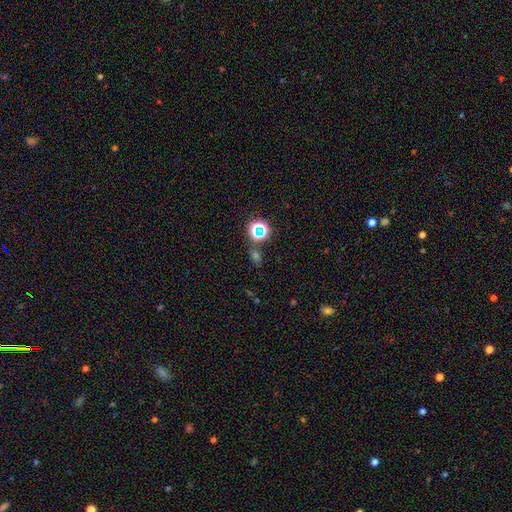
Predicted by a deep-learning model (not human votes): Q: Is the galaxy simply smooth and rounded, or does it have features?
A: star or artifact — 56%.